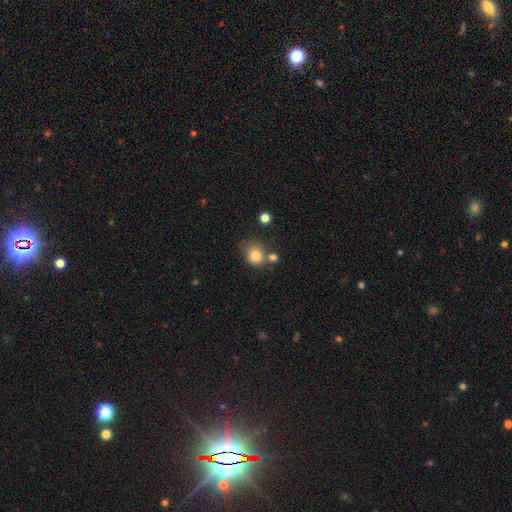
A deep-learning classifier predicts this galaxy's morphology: Overall: smooth (80%). How rounded: round (75%). Merging: none (59%).